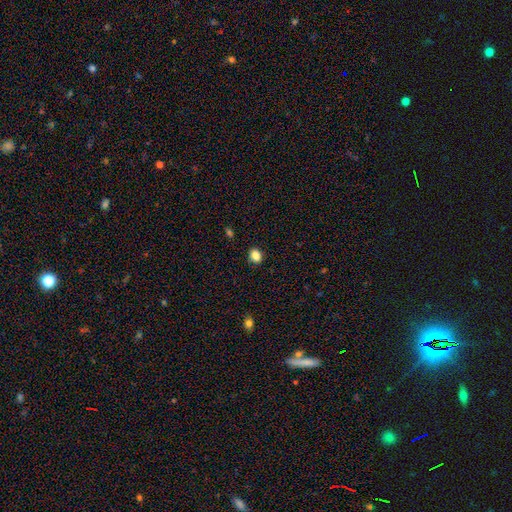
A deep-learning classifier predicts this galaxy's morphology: Smooth or featured?
  - smooth: 84% *
  - star or artifact: 11%
  - featured or disk: 5%
How rounded?
  - round: 50% *
  - in between: 49%
  - cigar-shaped: 1%
Merging?
  - none: 88% *
  - minor disturbance: 8%
  - major disturbance: 2%
  - merger: 1%